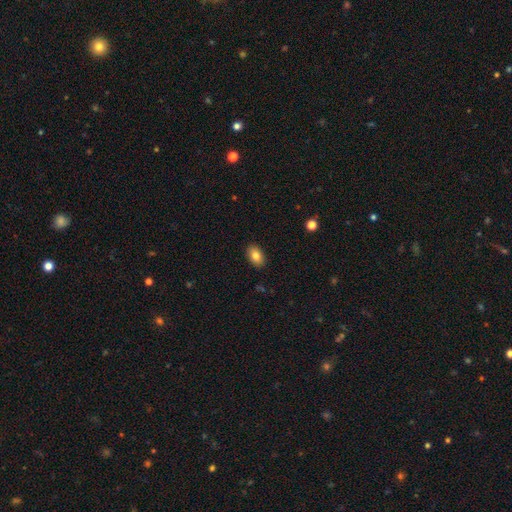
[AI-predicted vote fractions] Smooth or featured: smooth — 83% (featured or disk — 9%)
How rounded: in between — 89% (round — 9%)
Merging: none — 89% (minor disturbance — 8%)